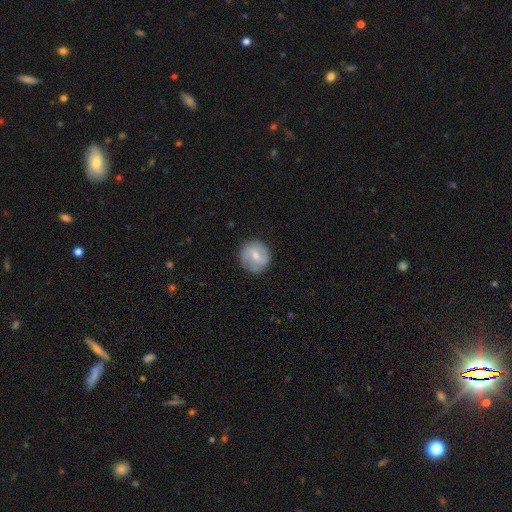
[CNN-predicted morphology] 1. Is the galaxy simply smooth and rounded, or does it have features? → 53% smooth, 40% featured or disk, 7% star or artifact.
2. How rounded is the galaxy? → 93% round, 6% in between, 1% cigar-shaped.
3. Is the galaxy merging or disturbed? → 84% none, 11% minor disturbance, 3% major disturbance, 1% merger.